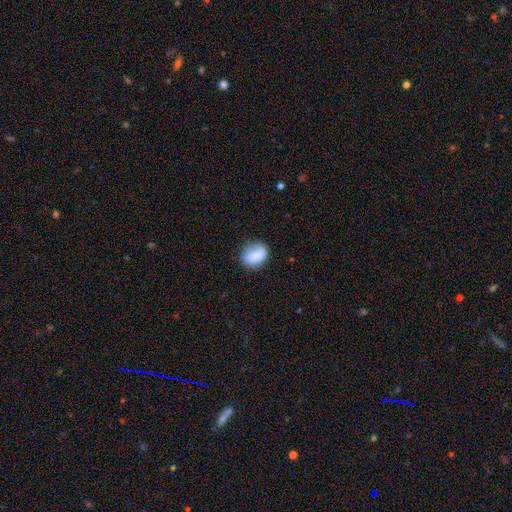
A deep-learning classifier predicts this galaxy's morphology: This appears to be a smooth galaxy with no disk features (74%) that is in between round and cigar-shaped (50%). Merging: none (62%).